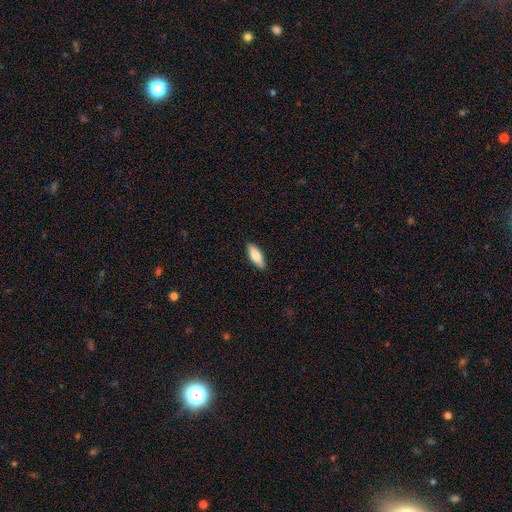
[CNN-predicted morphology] type=smooth (77%); roundness=in between (64%); merging=none (89%).